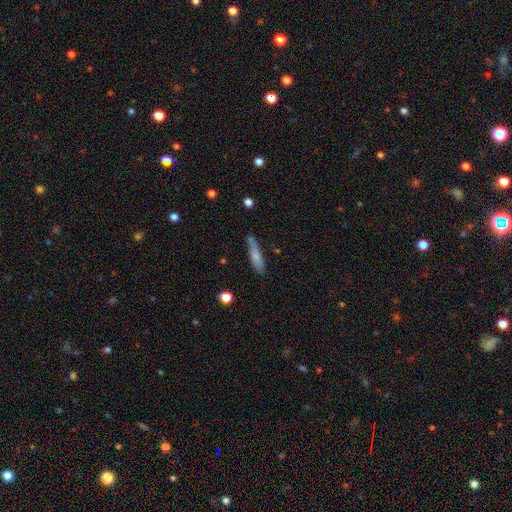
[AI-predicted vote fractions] Smooth or featured? Predicted: smooth (p=0.72). How rounded? Predicted: cigar-shaped (p=0.79). Merging? Predicted: none (p=0.67).